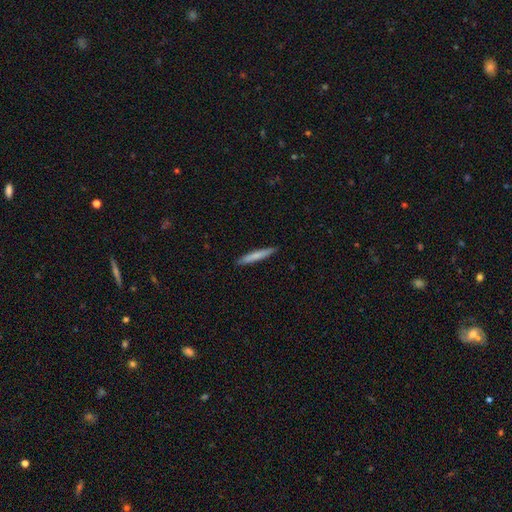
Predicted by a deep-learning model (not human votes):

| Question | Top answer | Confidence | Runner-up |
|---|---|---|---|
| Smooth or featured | smooth | 74% | featured or disk (21%) |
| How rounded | cigar-shaped | 95% | in between (4%) |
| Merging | none | 91% | minor disturbance (7%) |